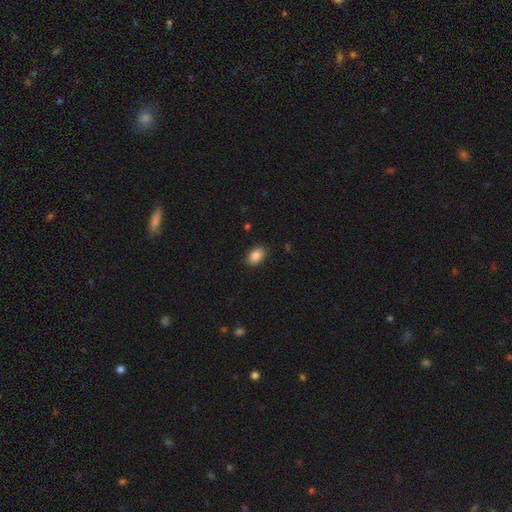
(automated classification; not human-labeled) A smooth galaxy with no disk features (88%) that is in between round and cigar-shaped (89%).

Vote fractions:
- Smooth or featured? smooth: 88% / star or artifact: 7% / featured or disk: 4%
- How rounded? in between: 89% / round: 9% / cigar-shaped: 1%
- Merging? none: 88% / minor disturbance: 9% / major disturbance: 2% / merger: 1%